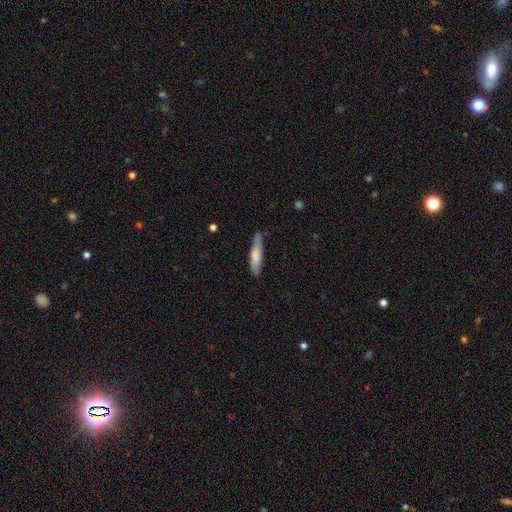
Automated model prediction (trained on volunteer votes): A smooth galaxy with no disk features (70%) that is cigar-shaped (78%). Merging: none (74%).